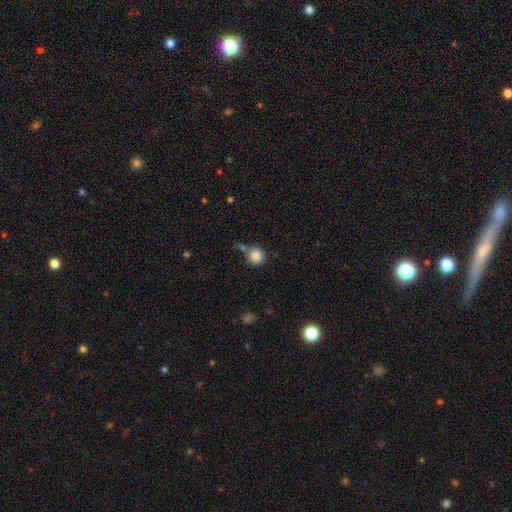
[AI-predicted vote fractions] Morphology: type=smooth (86%); roundness=round (92%); merging=none (62%).